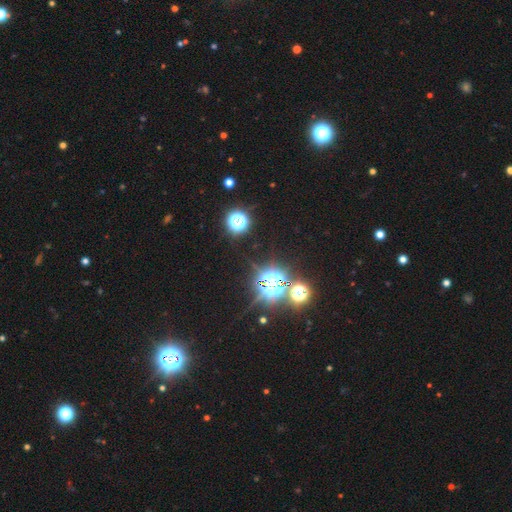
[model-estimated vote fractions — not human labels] Overall: star or artifact (81%).